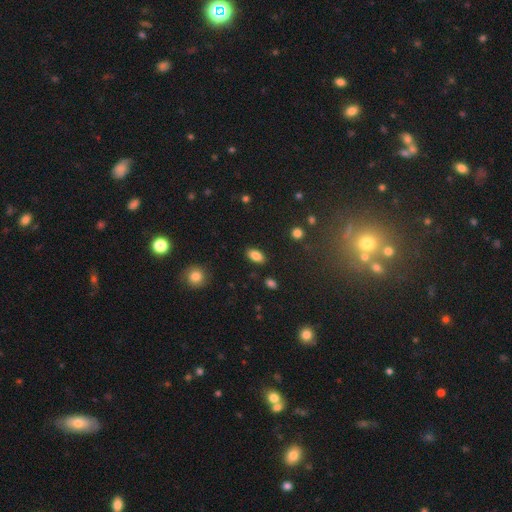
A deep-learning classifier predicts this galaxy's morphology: The model was most divided on "smooth or featured": smooth: 85%, star or artifact: 8%, featured or disk: 6%. More confident: how rounded — in between (91%); merging — none (87%).